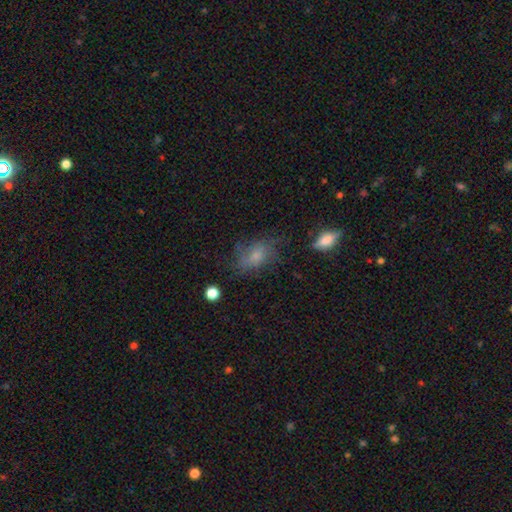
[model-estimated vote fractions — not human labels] Morphology: type=smooth (59%); roundness=in between (77%); merging=none (54%).